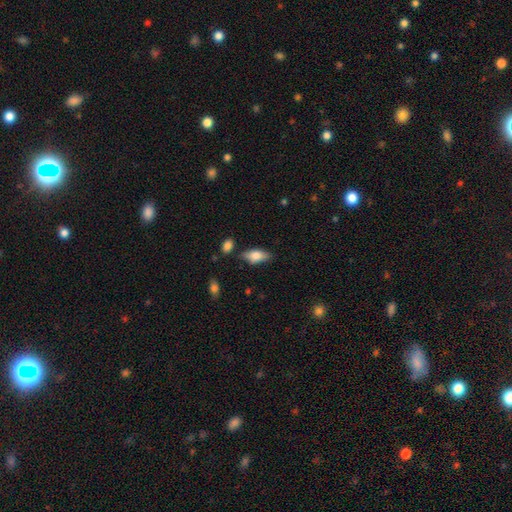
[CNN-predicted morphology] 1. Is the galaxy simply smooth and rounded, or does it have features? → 74% smooth, 20% featured or disk, 7% star or artifact.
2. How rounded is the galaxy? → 85% in between, 12% cigar-shaped, 3% round.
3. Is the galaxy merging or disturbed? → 75% none, 17% minor disturbance, 4% merger, 4% major disturbance.